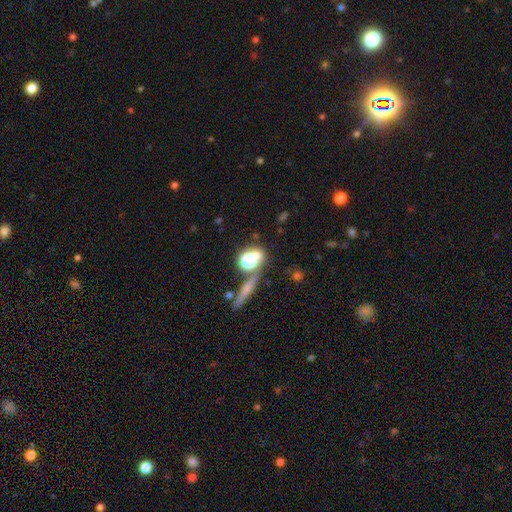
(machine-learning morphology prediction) A smooth galaxy with no disk features (56%) that is round (67%). Merging: none (63%).